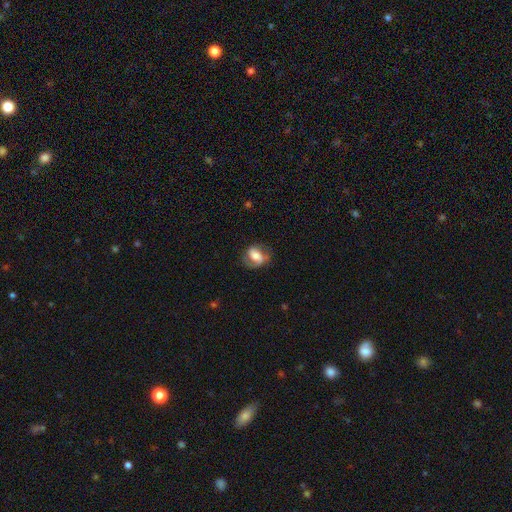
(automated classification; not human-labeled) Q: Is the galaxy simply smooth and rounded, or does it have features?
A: smooth — 50%.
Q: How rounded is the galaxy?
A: in between — 67%.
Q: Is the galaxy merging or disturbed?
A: none — 58%.